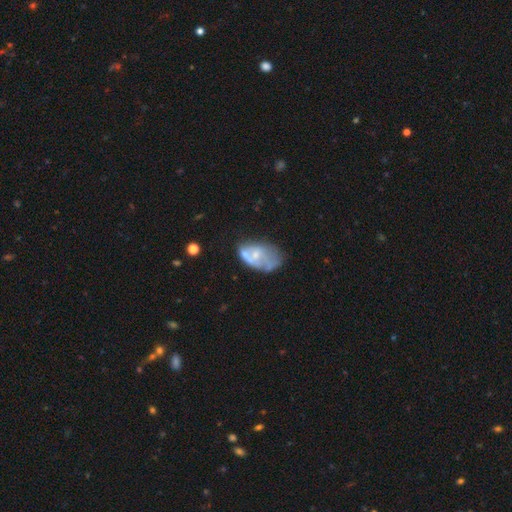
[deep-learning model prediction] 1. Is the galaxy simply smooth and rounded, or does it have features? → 55% featured or disk, 36% smooth, 8% star or artifact.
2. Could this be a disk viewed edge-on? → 96% no, 4% yes.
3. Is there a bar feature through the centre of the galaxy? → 77% no, 20% weak, 4% strong.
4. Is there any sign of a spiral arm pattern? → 69% no, 31% yes.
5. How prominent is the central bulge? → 49% small, 29% moderate, 19% none, 2% large, 1% dominant.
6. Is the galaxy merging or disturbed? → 32% none, 27% minor disturbance, 25% major disturbance, 17% merger.